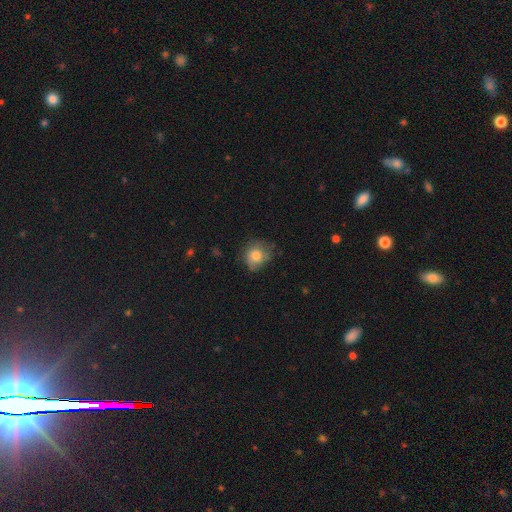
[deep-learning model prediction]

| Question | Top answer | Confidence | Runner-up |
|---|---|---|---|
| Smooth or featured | smooth | 77% | featured or disk (14%) |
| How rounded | round | 73% | in between (26%) |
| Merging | none | 54% | minor disturbance (32%) |